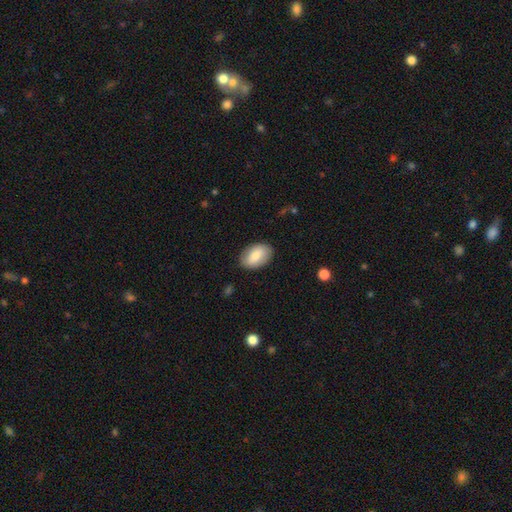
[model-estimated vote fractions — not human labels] smooth_or_featured: smooth (p=0.81) [alt: featured or disk p=0.13]
how_rounded: in between (p=0.92) [alt: round p=0.06]
merging: none (p=0.86) [alt: minor disturbance p=0.11]